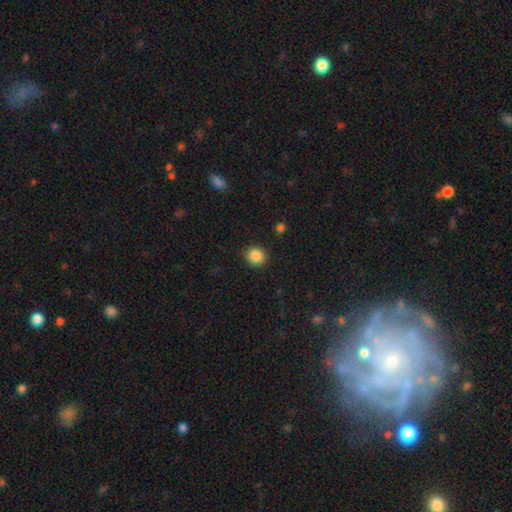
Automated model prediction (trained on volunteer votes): A smooth galaxy with no disk features (87%) that is round (87%). Merging: none (90%).